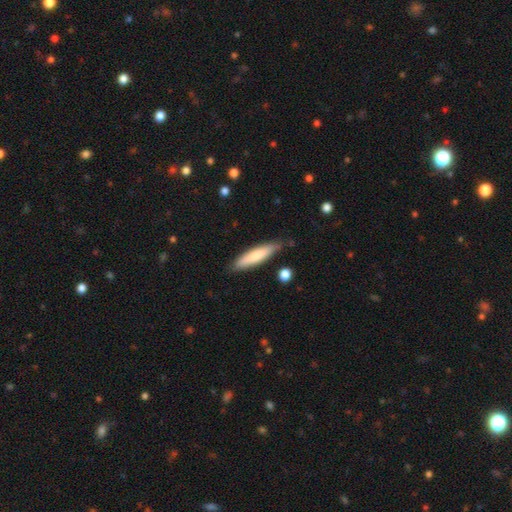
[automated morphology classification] smooth-or-featured: smooth: 76% | featured or disk: 19% | star or artifact: 5%
  how-rounded: cigar-shaped: 81% | in between: 18% | round: 1%
  merging: none: 83% | minor disturbance: 12% | major disturbance: 2% | merger: 2%